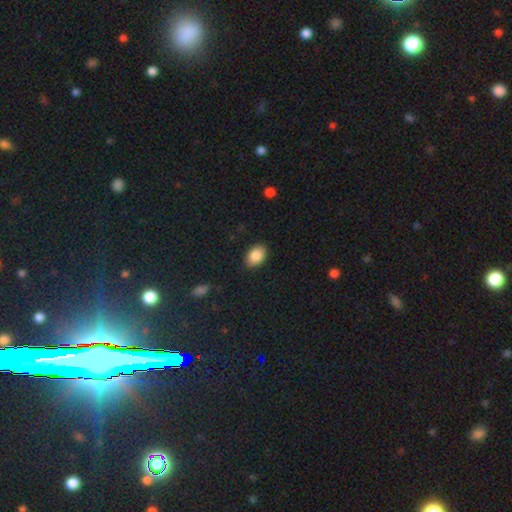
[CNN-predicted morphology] A smooth galaxy with no disk features (87%) that is in between round and cigar-shaped (84%). Merging: none (88%).